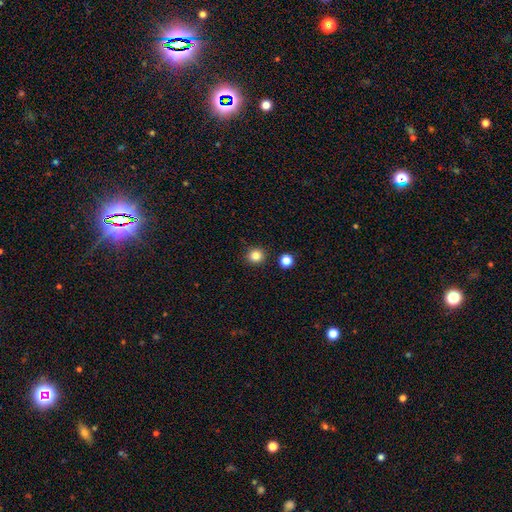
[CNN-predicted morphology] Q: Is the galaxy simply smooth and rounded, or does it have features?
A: smooth — 84%.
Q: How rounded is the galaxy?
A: round — 92%.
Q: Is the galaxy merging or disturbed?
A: none — 90%.